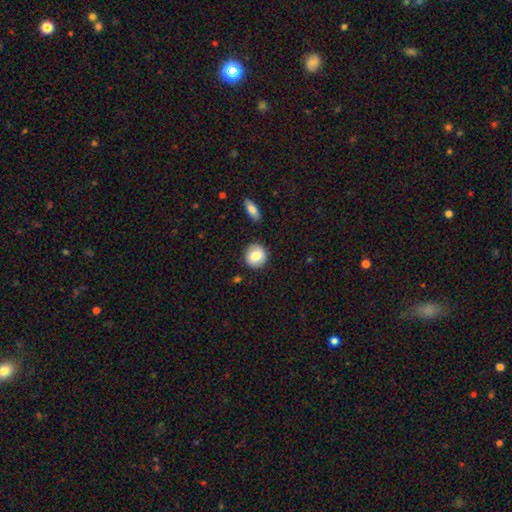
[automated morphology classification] Smooth or featured: smooth — 82% (featured or disk — 10%)
How rounded: round — 88% (in between — 11%)
Merging: none — 88% (minor disturbance — 8%)